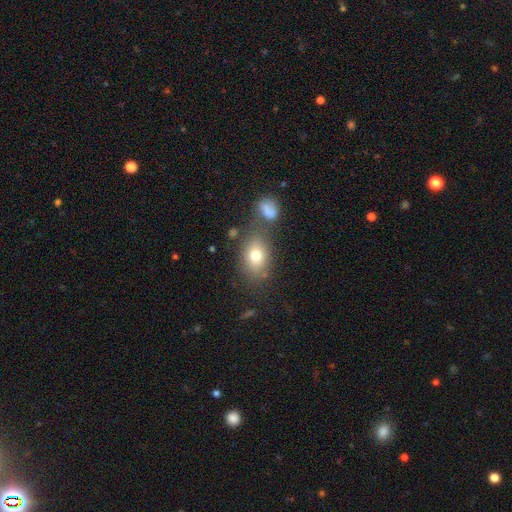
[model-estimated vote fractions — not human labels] Smooth or featured: smooth — 74% (featured or disk — 15%)
How rounded: in between — 73% (round — 25%)
Merging: none — 63% (minor disturbance — 16%)